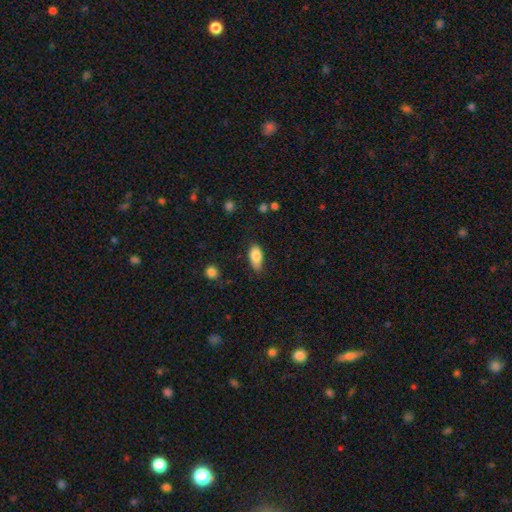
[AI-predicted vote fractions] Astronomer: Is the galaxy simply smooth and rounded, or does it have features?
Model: smooth — 83%.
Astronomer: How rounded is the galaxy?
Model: in between — 88%.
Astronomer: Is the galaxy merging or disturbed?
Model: none — 65%.